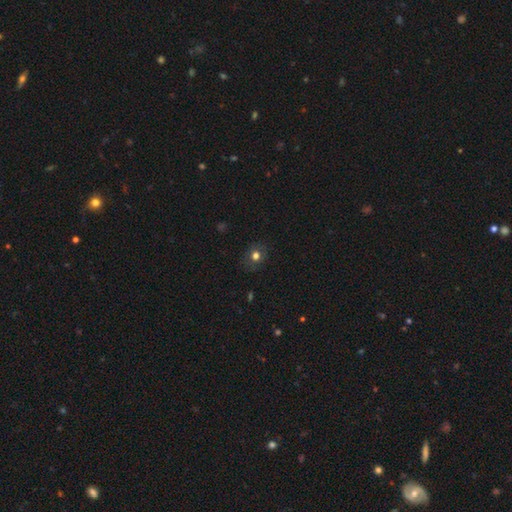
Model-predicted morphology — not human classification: A smooth galaxy with no disk features (70%) that is round (68%). Merging: none (84%).